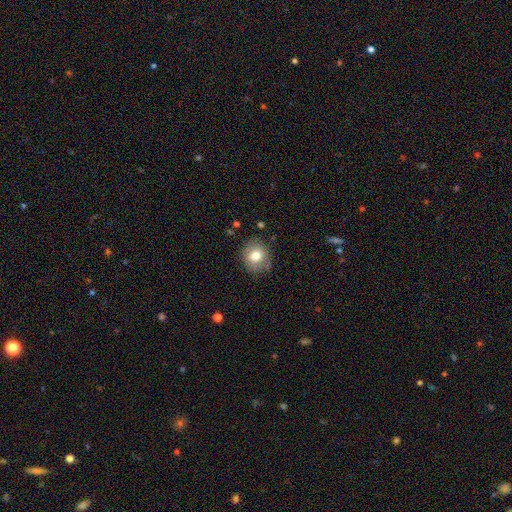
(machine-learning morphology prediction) This is likely a smooth galaxy (75%). How rounded: likely round (72%). Merging: likely none (78%).